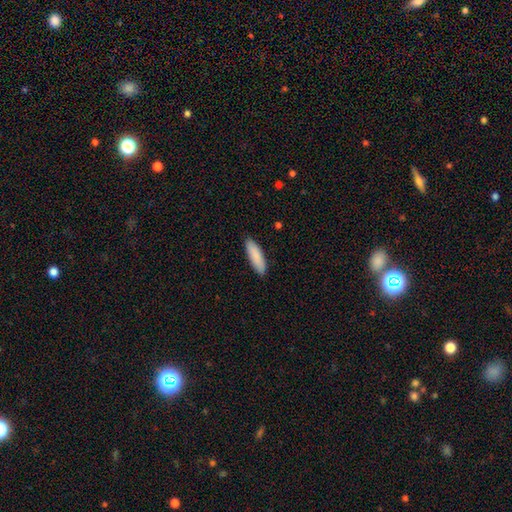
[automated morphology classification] This is clearly a smooth galaxy (88%). How rounded: possibly cigar-shaped (50%). Merging: clearly none (88%).